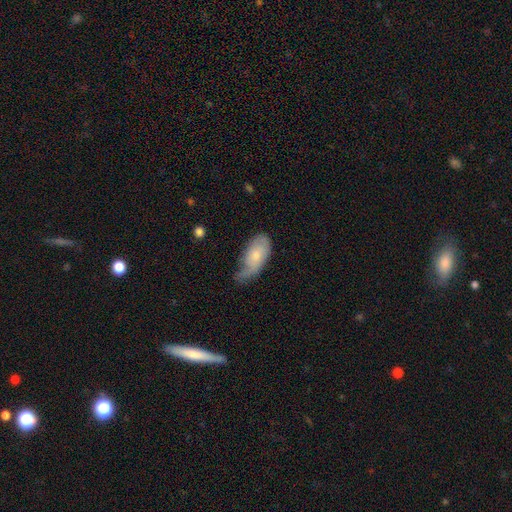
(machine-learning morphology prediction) Smooth or featured: smooth — 56% (featured or disk — 38%)
How rounded: in between — 92% (cigar-shaped — 5%)
Merging: minor disturbance — 41% (none — 34%)